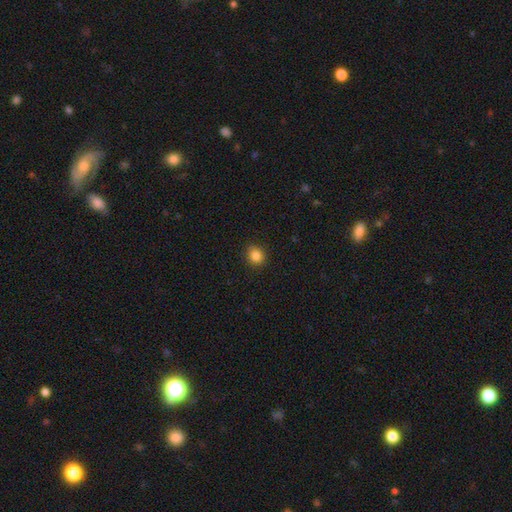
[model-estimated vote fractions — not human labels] Smooth or featured? smooth (85%)
How rounded? round (84%)
Merging? none (89%)